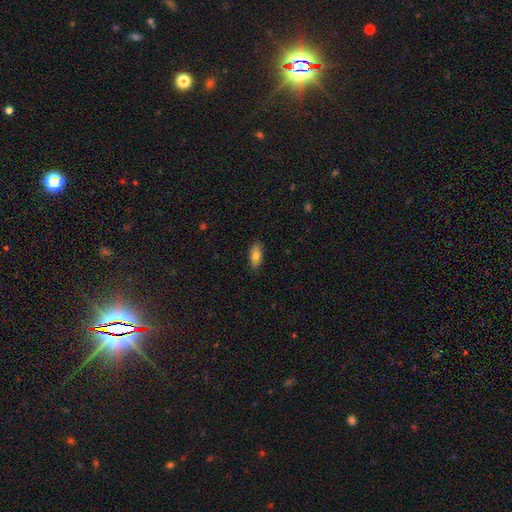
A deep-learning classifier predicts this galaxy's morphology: Smooth or featured? Predicted: smooth (p=0.81). How rounded? Predicted: in between (p=0.86). Merging? Predicted: none (p=0.88).